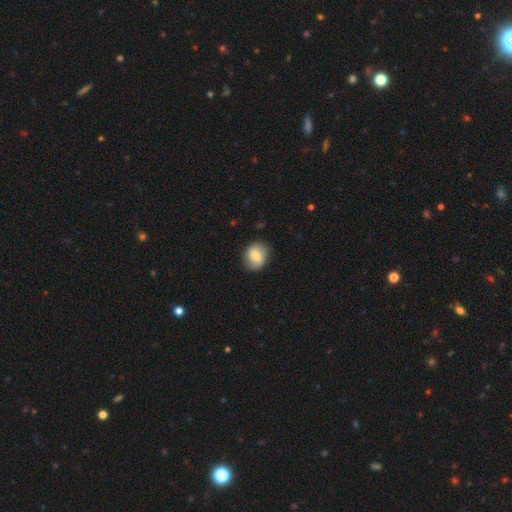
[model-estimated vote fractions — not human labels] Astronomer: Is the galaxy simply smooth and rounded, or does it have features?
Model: smooth — 70%.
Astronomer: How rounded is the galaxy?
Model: round — 59% (runner-up: in between, 40%).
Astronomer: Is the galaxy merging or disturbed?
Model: none — 81%.